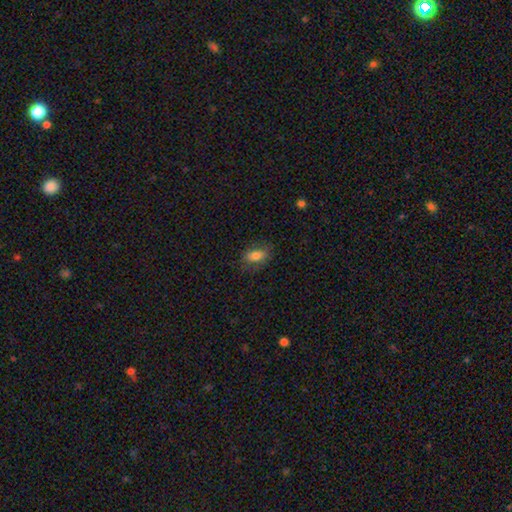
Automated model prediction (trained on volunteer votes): Morphology: type=smooth (78%); roundness=in between (85%); merging=none (77%).